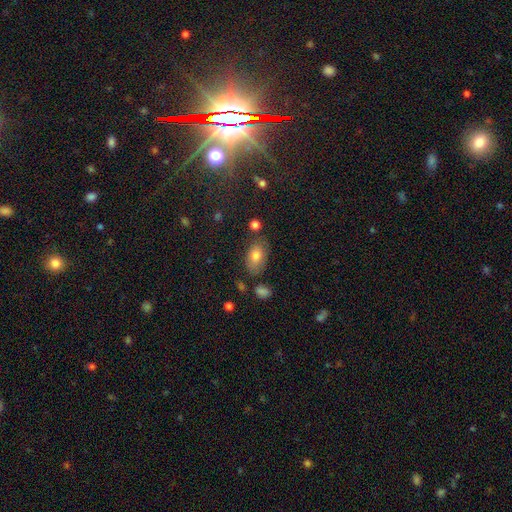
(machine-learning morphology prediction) This is likely a smooth galaxy (79%). How rounded: clearly in between (90%). Merging: likely none (68%).